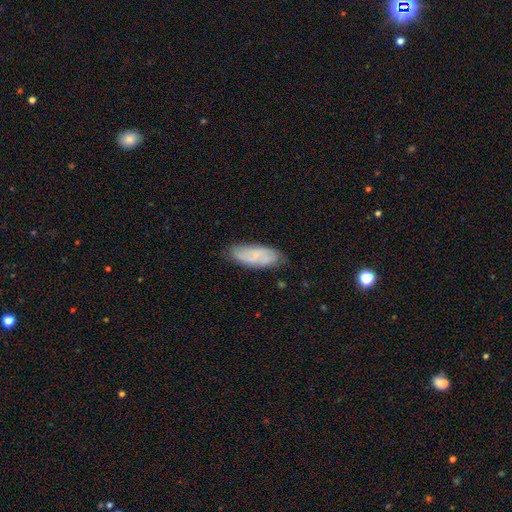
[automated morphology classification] smooth-or-featured: smooth: 51% | featured or disk: 41% | star or artifact: 8%
  how-rounded: in between: 70% | cigar-shaped: 28% | round: 2%
  merging: none: 75% | minor disturbance: 19% | major disturbance: 4% | merger: 2%